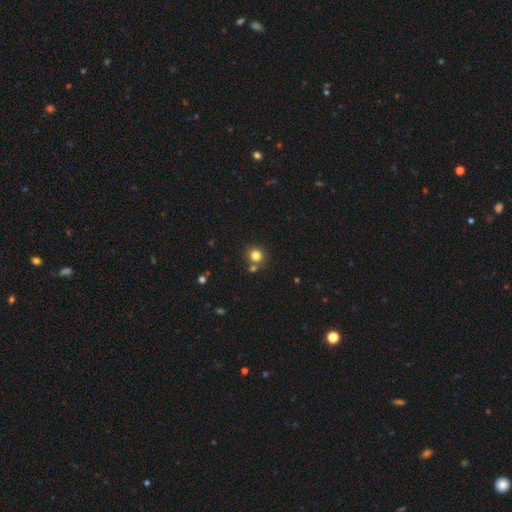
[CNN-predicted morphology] Smooth or featured: smooth — 80% (star or artifact — 13%)
How rounded: round — 89% (in between — 10%)
Merging: none — 74% (merger — 15%)